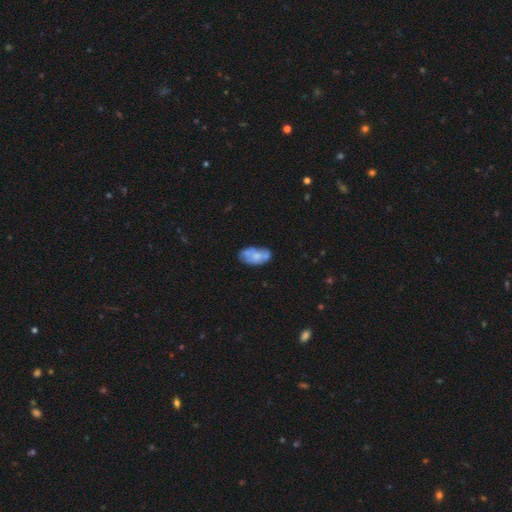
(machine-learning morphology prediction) type=smooth (52%); roundness=in between (93%); merging=none (51%).